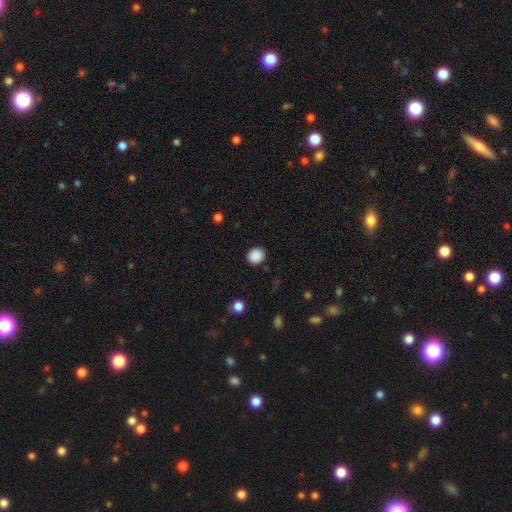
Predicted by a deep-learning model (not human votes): A smooth galaxy with no disk features (89%) that is round (78%).

Vote fractions:
- Smooth or featured? smooth: 89% / star or artifact: 9% / featured or disk: 2%
- How rounded? round: 78% / in between: 21% / cigar-shaped: 1%
- Merging? none: 90% / minor disturbance: 7% / major disturbance: 2% / merger: 1%